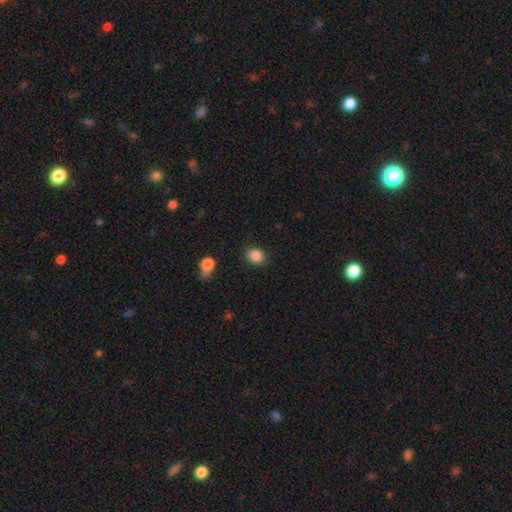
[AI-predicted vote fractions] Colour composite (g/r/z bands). It shows a smooth galaxy with no disk features (87%) that is round (66%). Merging: none (83%).